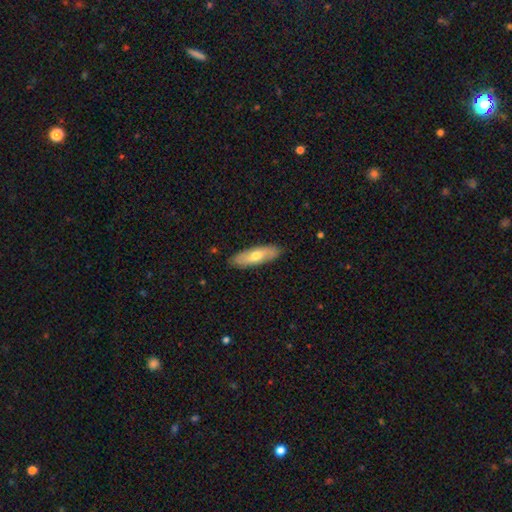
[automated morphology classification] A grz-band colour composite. It shows a smooth galaxy with no disk features (59%) that is in between round and cigar-shaped (49%, tied with cigar-shaped). Merging: none (88%).